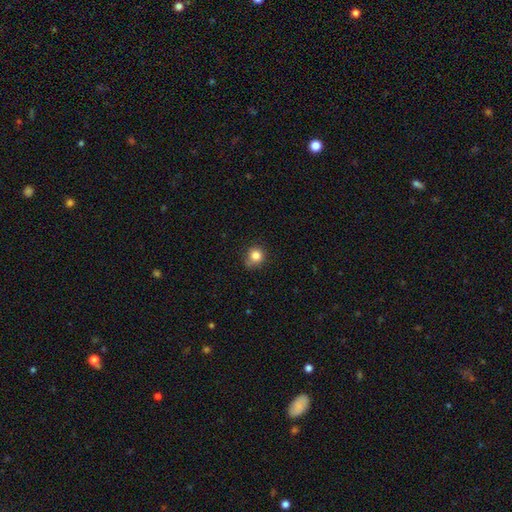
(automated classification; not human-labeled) smooth_or_featured: smooth (p=0.83) [alt: star or artifact p=0.11]
how_rounded: round (p=0.88) [alt: in between p=0.11]
merging: none (p=0.71) [alt: minor disturbance p=0.21]